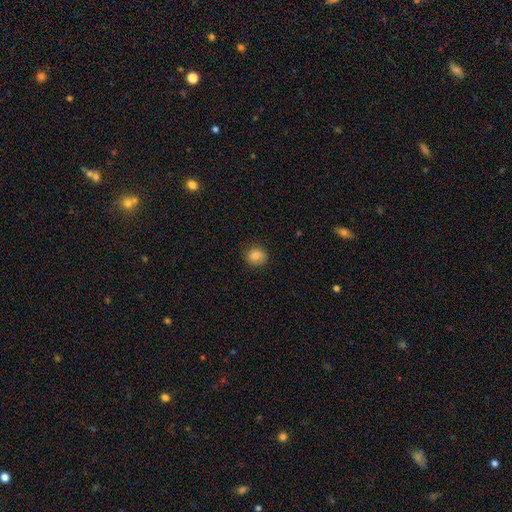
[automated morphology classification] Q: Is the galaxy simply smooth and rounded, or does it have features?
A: smooth — 84%.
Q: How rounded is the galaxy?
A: round — 77%.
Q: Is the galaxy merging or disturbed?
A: none — 83%.